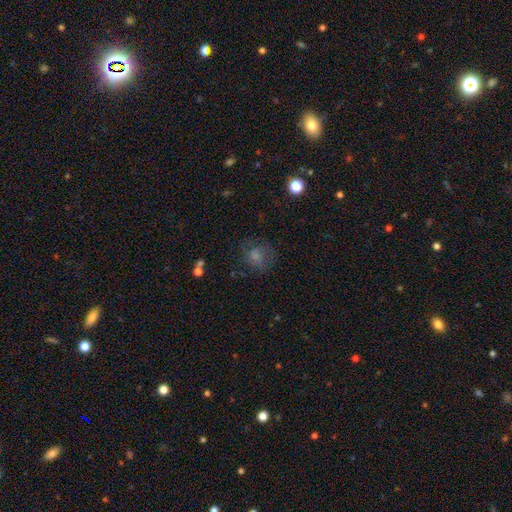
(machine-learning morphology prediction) This is possibly a smooth galaxy (51%). How rounded: likely round (73%). Merging: likely none (69%).